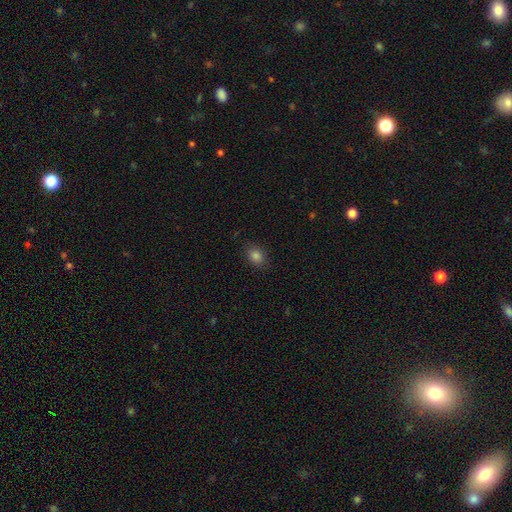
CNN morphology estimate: smooth 83%, star or artifact 12%, featured or disk 6%. Down the decision tree: how rounded — in between (58%); merging — none (86%).